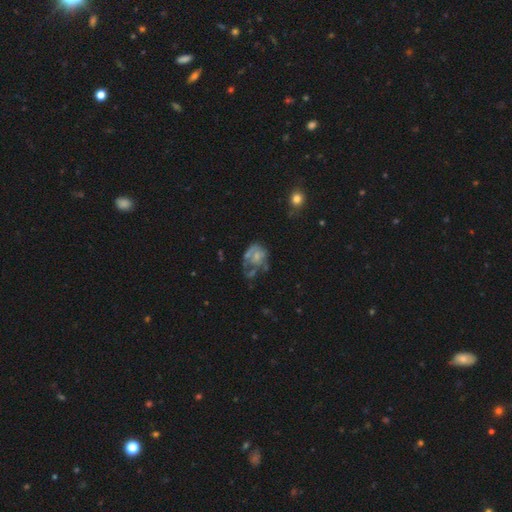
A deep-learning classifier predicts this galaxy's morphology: This appears to be a featured or disk galaxy (58%) with no bar (81%), no spiral arms (65%) and a small central bulge (37%). Merging: major disturbance (38%).